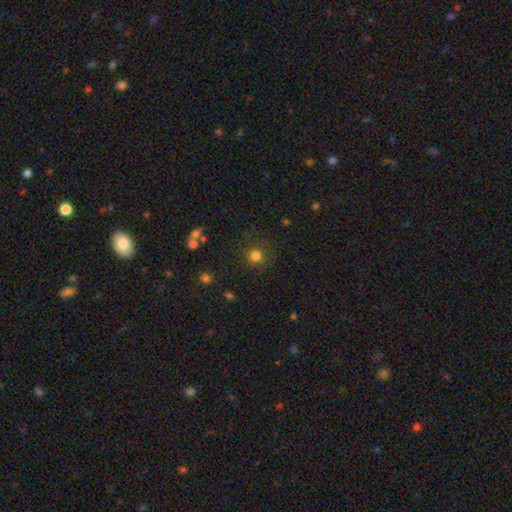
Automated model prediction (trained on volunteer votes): Smooth or featured? smooth (80%)
How rounded? round (93%)
Merging? none (84%)